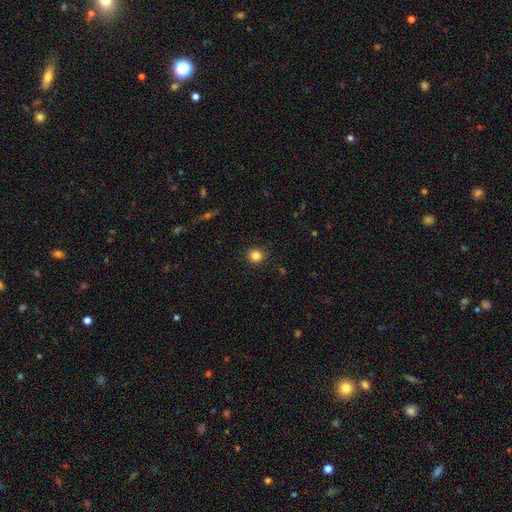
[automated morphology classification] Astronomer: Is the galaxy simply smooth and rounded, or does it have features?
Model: smooth — 84%.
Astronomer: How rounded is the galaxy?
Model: round — 91%.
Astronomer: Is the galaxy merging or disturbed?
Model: none — 90%.